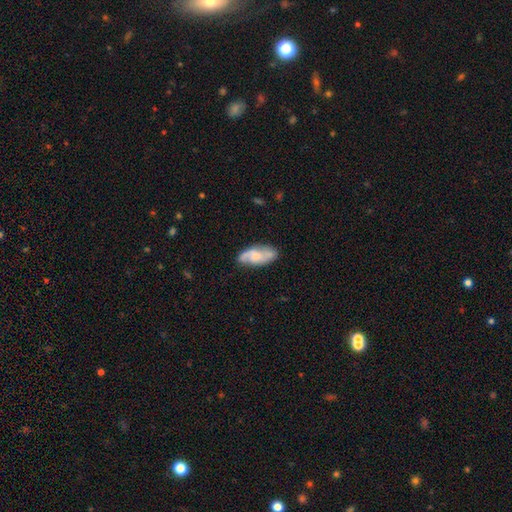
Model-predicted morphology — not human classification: Smooth or featured? featured or disk (55%)
Edge-on disk? no (91%)
Merging? none (69%)